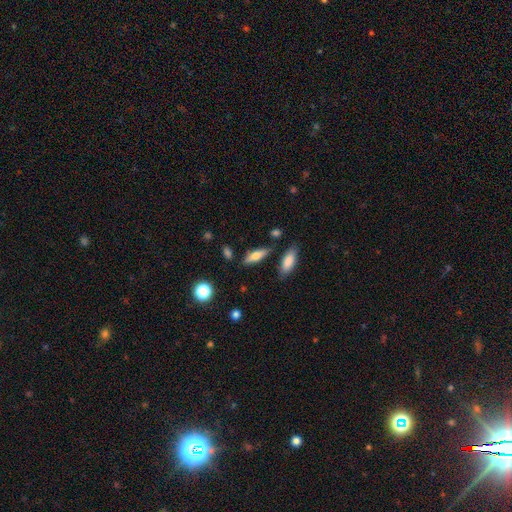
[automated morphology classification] This is likely a smooth galaxy (66%). How rounded: possibly in between (54%). Merging: likely none (78%).